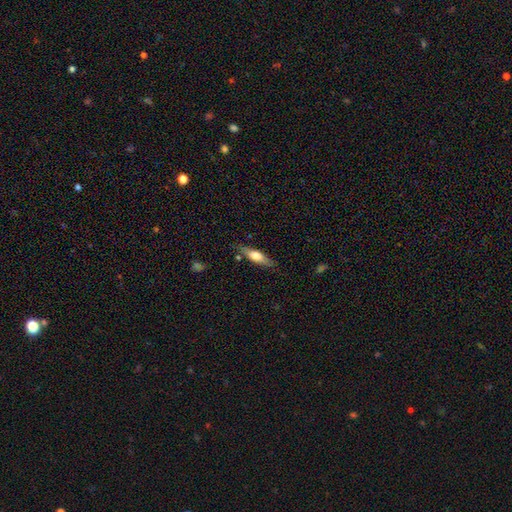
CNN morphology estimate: The model was most divided on "smooth or featured": smooth: 56%, featured or disk: 38%, star or artifact: 6%. More confident: merging — none (80%); how rounded — cigar-shaped (62%).